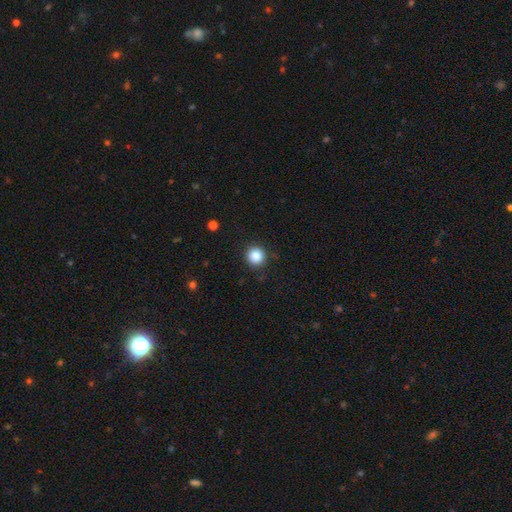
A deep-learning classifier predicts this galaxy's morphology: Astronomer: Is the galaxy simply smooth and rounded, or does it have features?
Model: smooth — 84%.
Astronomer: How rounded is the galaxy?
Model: round — 94%.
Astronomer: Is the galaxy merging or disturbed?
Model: none — 91%.